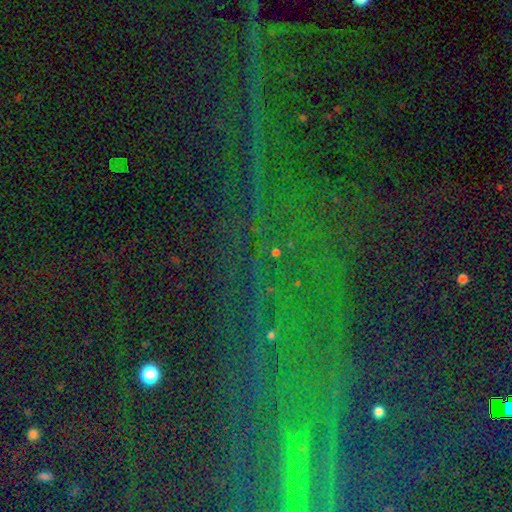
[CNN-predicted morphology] Overall: star or artifact (82%).